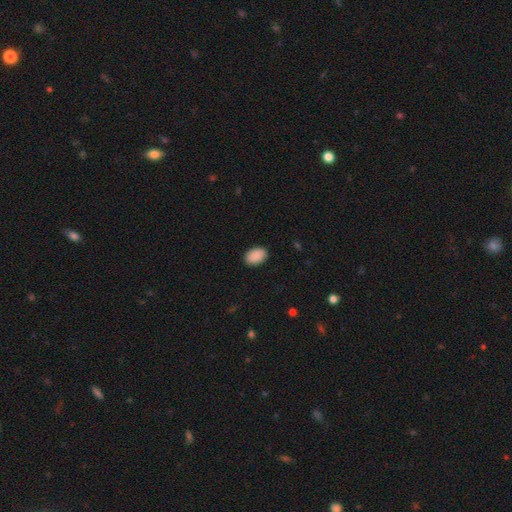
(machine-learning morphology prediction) Smooth or featured? Predicted: smooth (p=0.91). How rounded? Predicted: in between (p=0.88). Merging? Predicted: none (p=0.90).